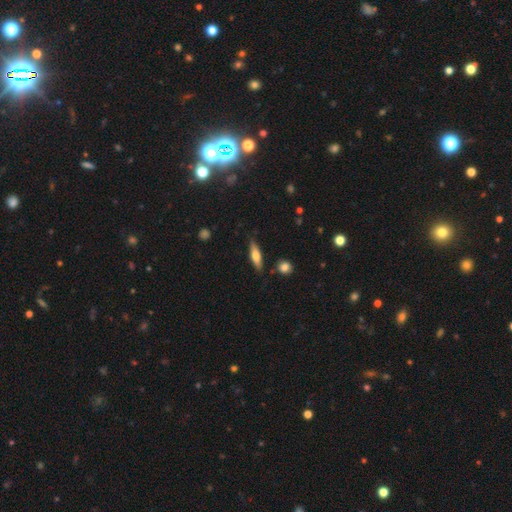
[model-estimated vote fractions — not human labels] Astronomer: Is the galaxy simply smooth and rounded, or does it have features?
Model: smooth — 57% (runner-up: featured or disk, 36%).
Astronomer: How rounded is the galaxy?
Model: cigar-shaped — 61%.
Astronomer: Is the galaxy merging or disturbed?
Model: none — 83%.